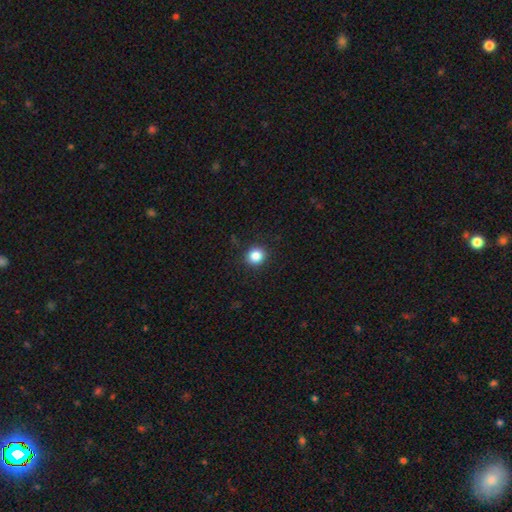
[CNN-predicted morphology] Smooth or featured? Predicted: smooth (p=0.85). How rounded? Predicted: round (p=0.91). Merging? Predicted: none (p=0.92).